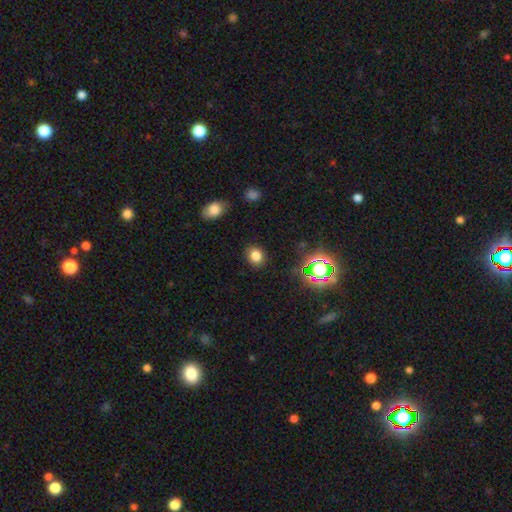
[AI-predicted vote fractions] The model was most divided on "how rounded": round: 68%, in between: 31%, cigar-shaped: 1%. More confident: merging — none (88%); smooth or featured — smooth (79%).